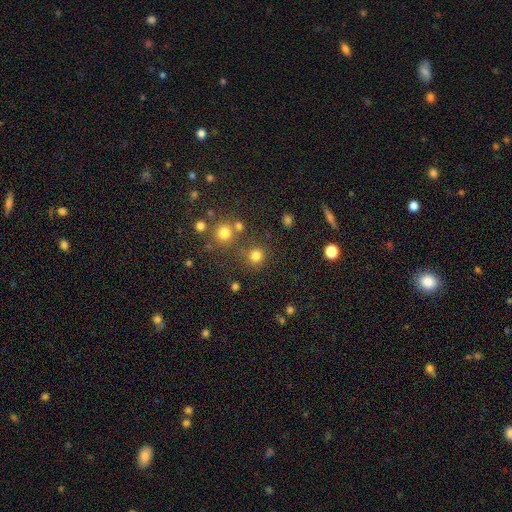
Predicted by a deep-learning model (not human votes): A smooth galaxy with no disk features (77%) that is round (90%). Merging: none (75%).